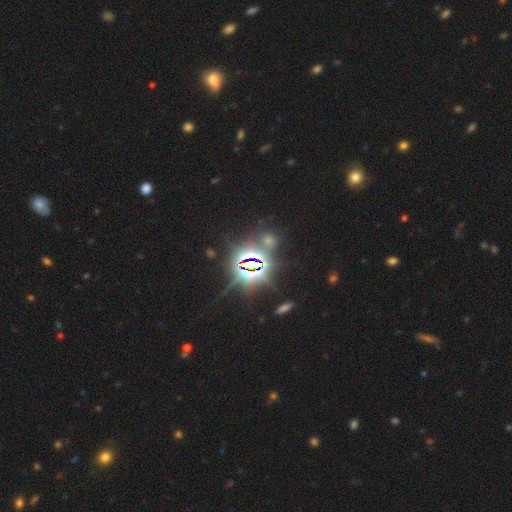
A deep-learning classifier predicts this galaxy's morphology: A star or artifact, not a galaxy (84%).